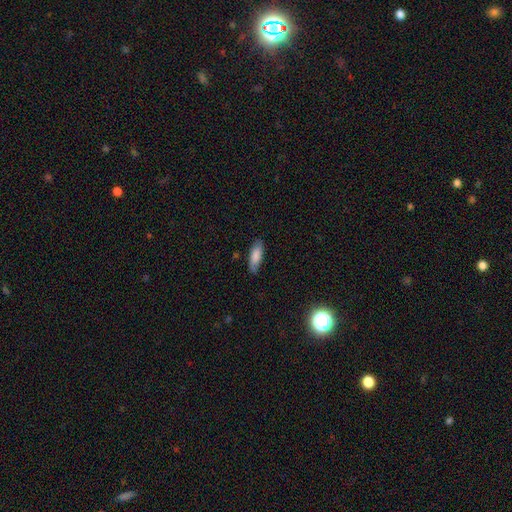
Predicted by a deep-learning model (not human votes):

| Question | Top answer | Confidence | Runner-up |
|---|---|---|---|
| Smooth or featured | smooth | 81% | featured or disk (13%) |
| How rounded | in between | 58% | cigar-shaped (40%) |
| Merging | none | 78% | minor disturbance (18%) |